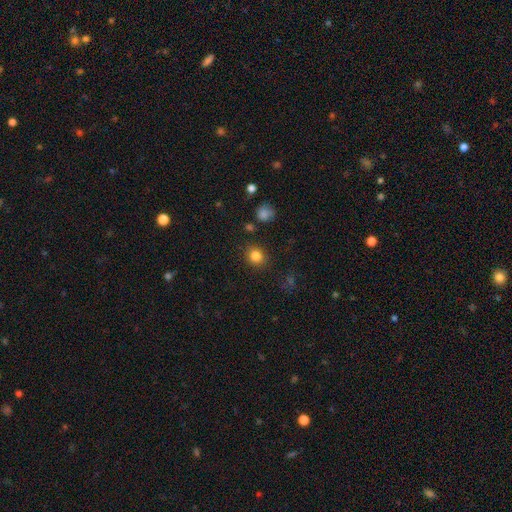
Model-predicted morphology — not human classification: This is clearly a smooth galaxy (83%). How rounded: likely round (79%). Merging: clearly none (87%).